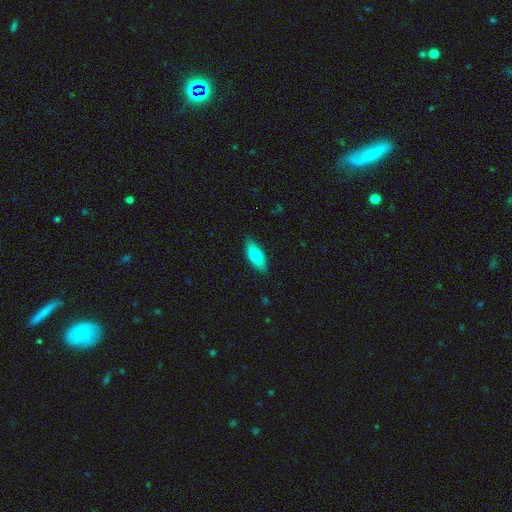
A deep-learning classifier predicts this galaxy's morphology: Q: Smooth or featured?
A: smooth (76%); runner-up: featured or disk (18%)
Q: How rounded?
A: in between (75%); runner-up: cigar-shaped (23%)
Q: Merging?
A: none (87%); runner-up: minor disturbance (10%)